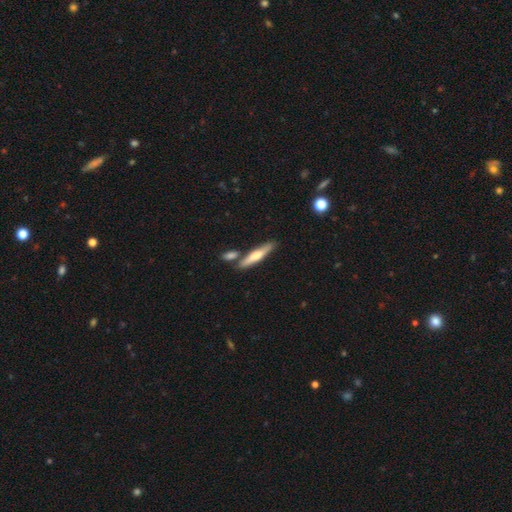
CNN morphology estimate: A smooth galaxy with no disk features (50%).

Vote fractions:
- Smooth or featured? smooth: 50% / featured or disk: 45% / star or artifact: 5%
- Merging? none: 73% / merger: 14% / minor disturbance: 10% / major disturbance: 2%